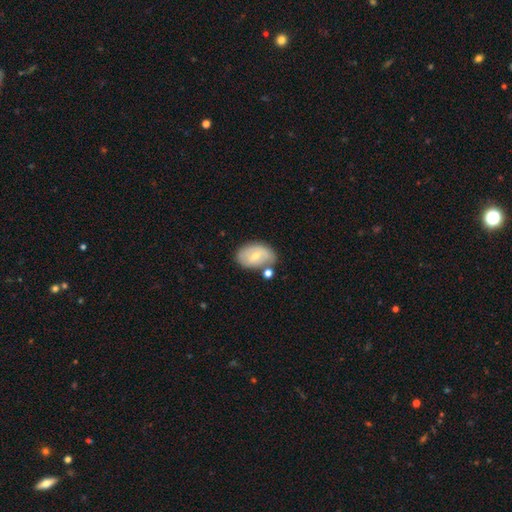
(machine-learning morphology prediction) A smooth galaxy with no disk features (53%) that is in between round and cigar-shaped (86%). Merging: none (55%).